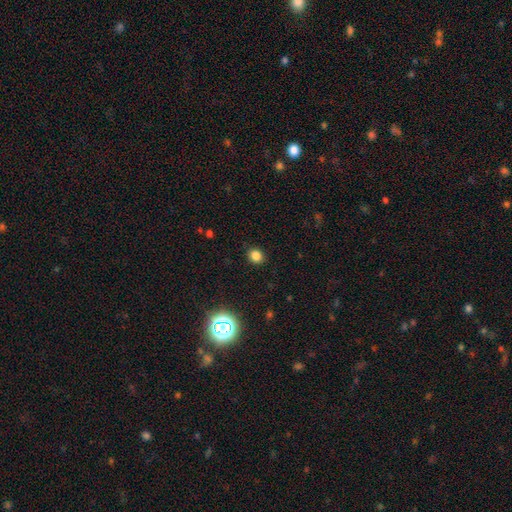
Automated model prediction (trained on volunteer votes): This appears to be a smooth galaxy with no disk features (81%) that is round (70%). Merging: none (89%).